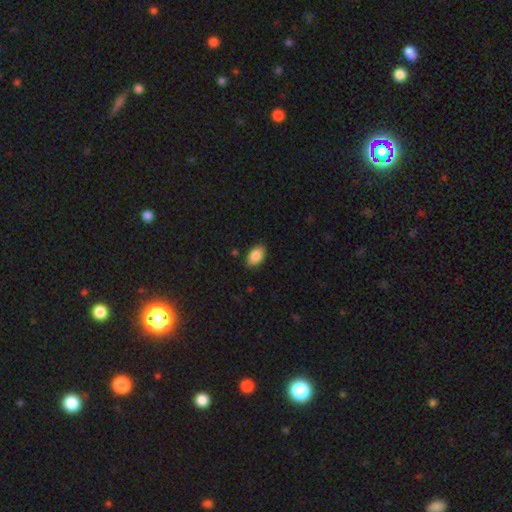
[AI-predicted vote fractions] Morphology: type=smooth (88%); roundness=in between (92%); merging=none (86%).